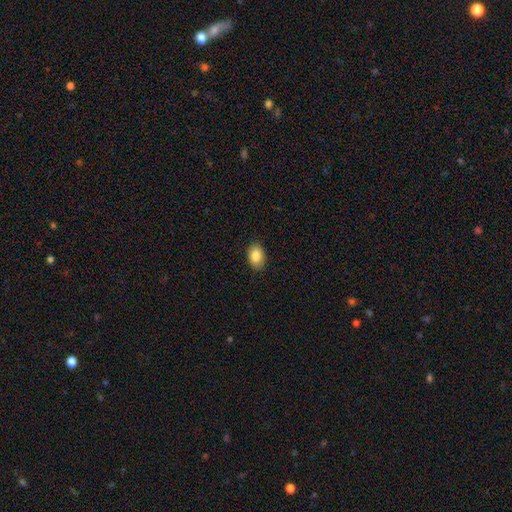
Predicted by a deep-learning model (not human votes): Morphology: type=smooth (86%); roundness=in between (86%); merging=none (88%).